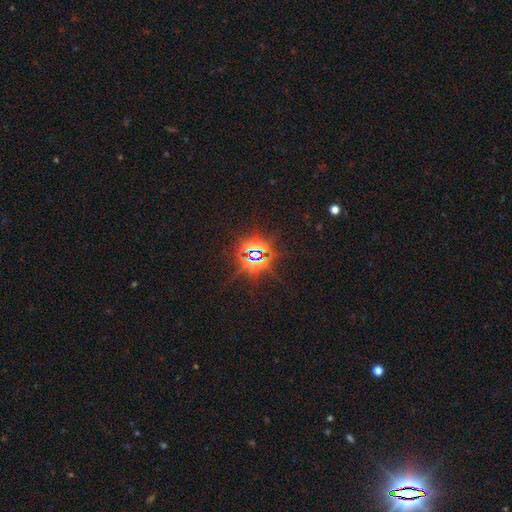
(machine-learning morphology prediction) A star or artifact, not a galaxy (83%).

Vote fractions:
- Smooth or featured? star or artifact: 83% / smooth: 9% / featured or disk: 8%